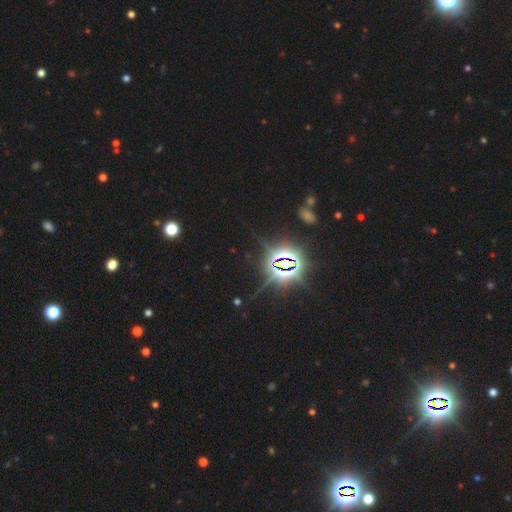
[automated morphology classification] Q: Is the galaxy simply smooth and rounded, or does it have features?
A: star or artifact — 82%.